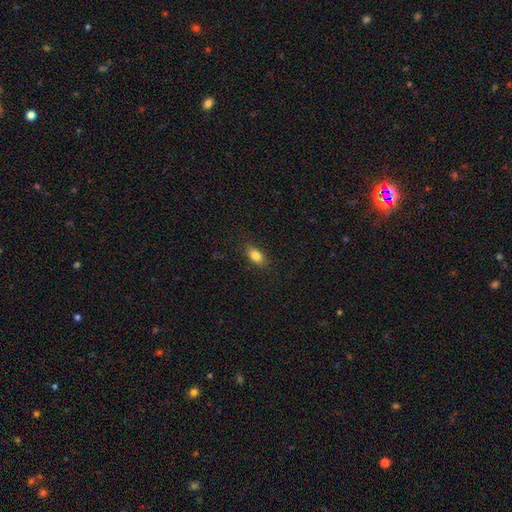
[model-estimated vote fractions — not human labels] Smooth or featured: smooth — 83% (featured or disk — 9%)
How rounded: in between — 85% (round — 7%)
Merging: none — 86% (minor disturbance — 11%)